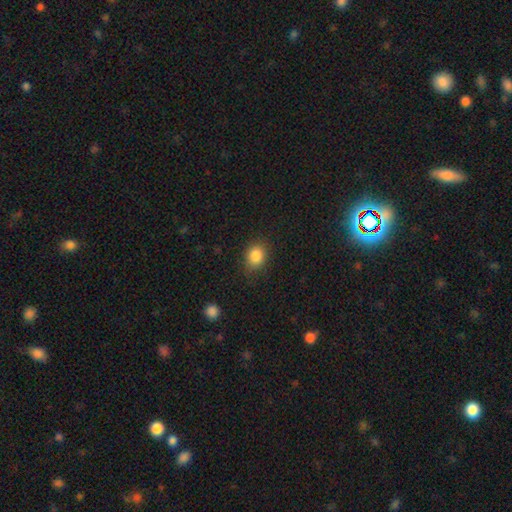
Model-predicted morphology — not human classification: A smooth galaxy with no disk features (85%) that is round (54%). Merging: none (82%).